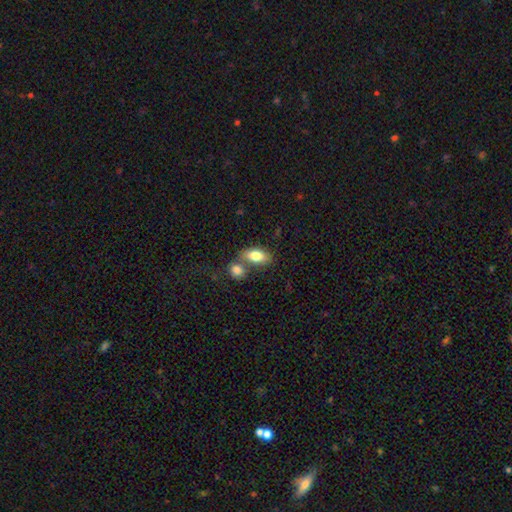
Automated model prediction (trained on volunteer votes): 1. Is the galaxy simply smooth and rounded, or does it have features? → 78% smooth, 15% featured or disk, 7% star or artifact.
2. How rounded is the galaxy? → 88% in between, 8% round, 4% cigar-shaped.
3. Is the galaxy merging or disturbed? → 44% merger, 41% none, 11% minor disturbance, 5% major disturbance.